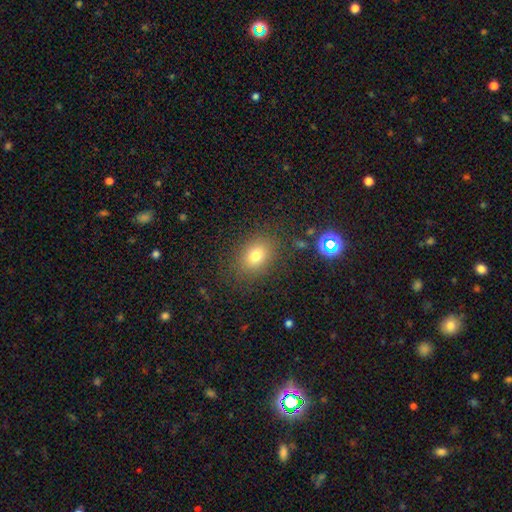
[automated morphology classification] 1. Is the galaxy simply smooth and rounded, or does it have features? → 74% smooth, 15% star or artifact, 11% featured or disk.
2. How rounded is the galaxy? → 61% in between, 37% round, 1% cigar-shaped.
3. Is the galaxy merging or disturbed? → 83% none, 11% minor disturbance, 4% major disturbance, 2% merger.